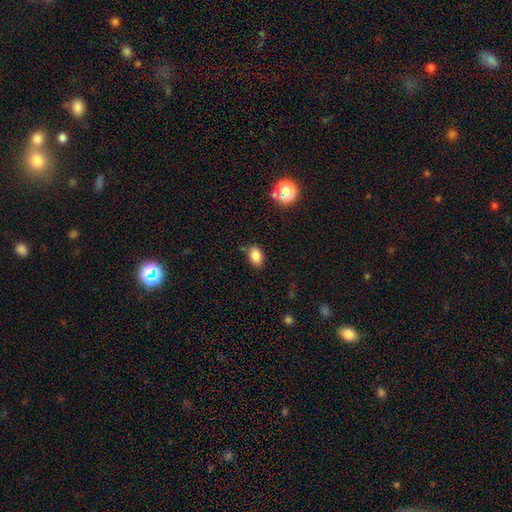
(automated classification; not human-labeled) Overall: smooth (84%). How rounded: in between (81%). Merging: none (80%).